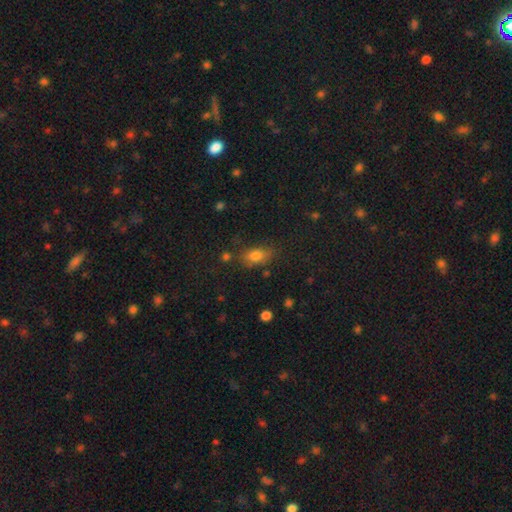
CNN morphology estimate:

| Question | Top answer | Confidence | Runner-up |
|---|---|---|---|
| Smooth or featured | smooth | 78% | star or artifact (12%) |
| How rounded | in between | 81% | round (14%) |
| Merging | none | 68% | minor disturbance (20%) |